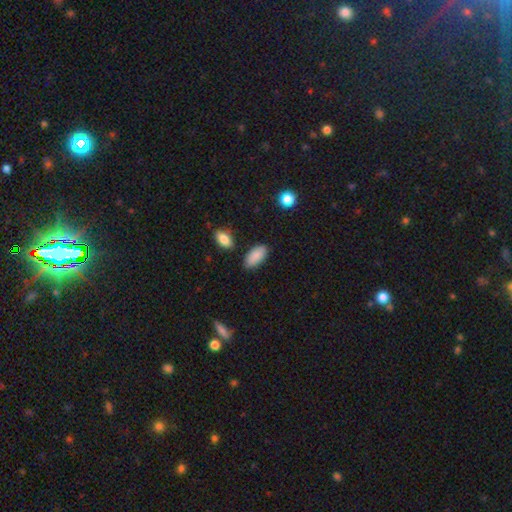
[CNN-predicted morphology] Smooth or featured: smooth — 88% (star or artifact — 7%)
How rounded: in between — 93% (cigar-shaped — 5%)
Merging: none — 81% (minor disturbance — 13%)